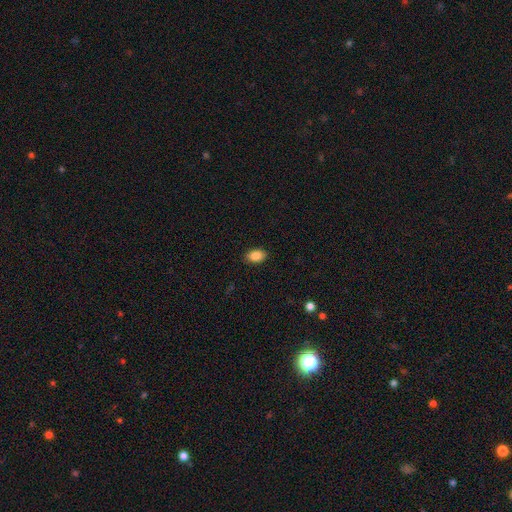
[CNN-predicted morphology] Overall: smooth (86%). How rounded: in between (87%). Merging: none (88%).